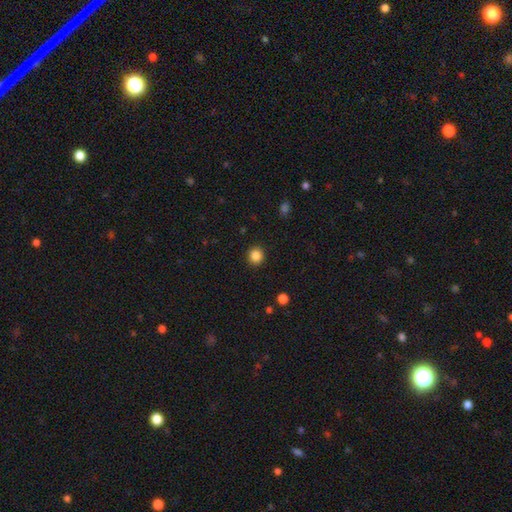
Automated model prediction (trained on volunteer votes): Q: Smooth or featured?
A: smooth (86%); runner-up: star or artifact (11%)
Q: How rounded?
A: round (91%); runner-up: in between (9%)
Q: Merging?
A: none (92%); runner-up: minor disturbance (5%)